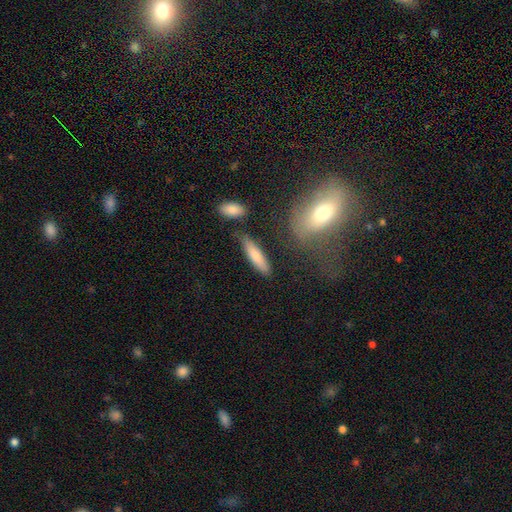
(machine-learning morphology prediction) smooth 77%, featured or disk 17%, star or artifact 6%. Down the decision tree: how rounded — cigar-shaped (72%); merging — none (79%).